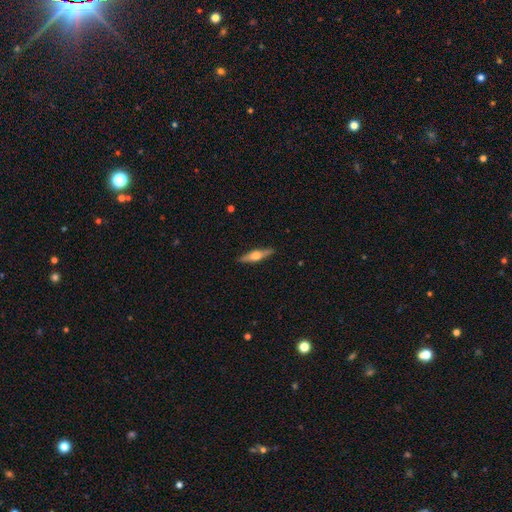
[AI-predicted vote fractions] Overall: featured or disk (63%; smooth 32%). Edge-on disk: yes (96%). Edge-on bulge: rounded (92%). Merging: none (89%).